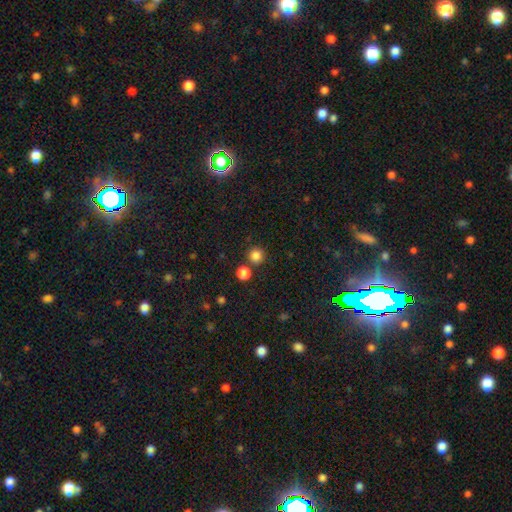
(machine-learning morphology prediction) smooth 84%, star or artifact 13%, featured or disk 4%. Down the decision tree: how rounded — round (93%); merging — none (78%).